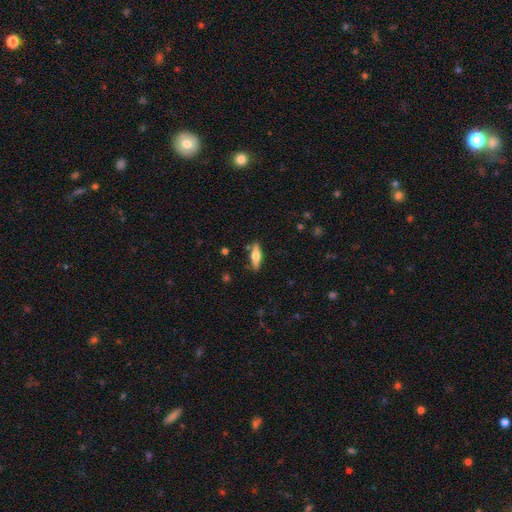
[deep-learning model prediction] Smooth or featured? smooth (54%)
How rounded? cigar-shaped (53%)
Merging? none (85%)